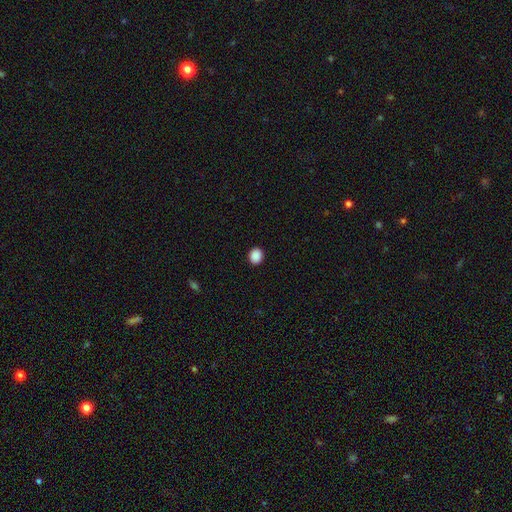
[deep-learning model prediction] Smooth or featured: smooth — 89% (star or artifact — 9%)
How rounded: round — 73% (in between — 27%)
Merging: none — 92% (minor disturbance — 5%)